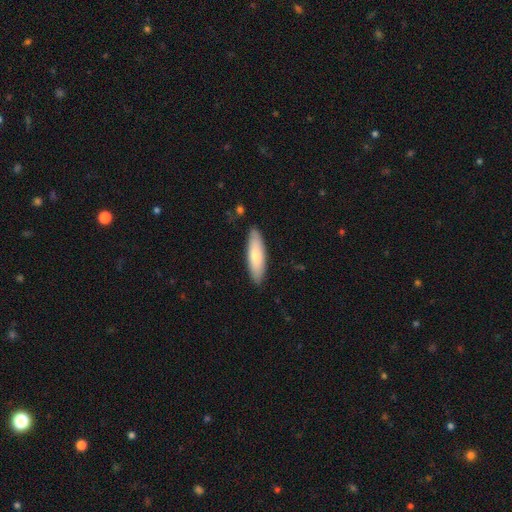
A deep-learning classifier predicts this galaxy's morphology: Q: Smooth or featured?
A: smooth (73%); runner-up: featured or disk (22%)
Q: How rounded?
A: cigar-shaped (53%); runner-up: in between (45%)
Q: Merging?
A: none (87%); runner-up: minor disturbance (10%)